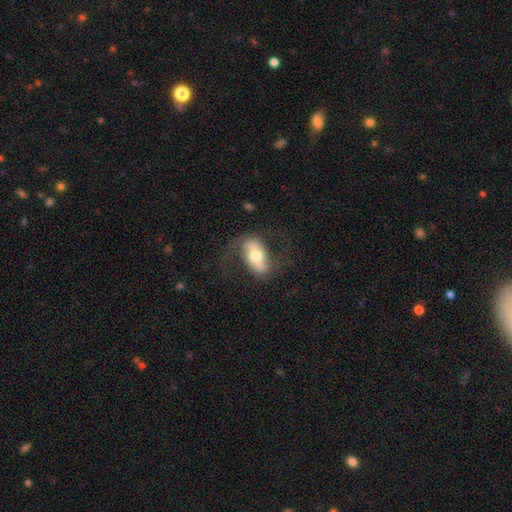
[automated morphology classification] This appears to be a featured or disk galaxy (69%) with a strong bar (48%), 2 (89%) loose (56%) spiral arms (84%) and a moderate central bulge (67%). Merging: none (67%).